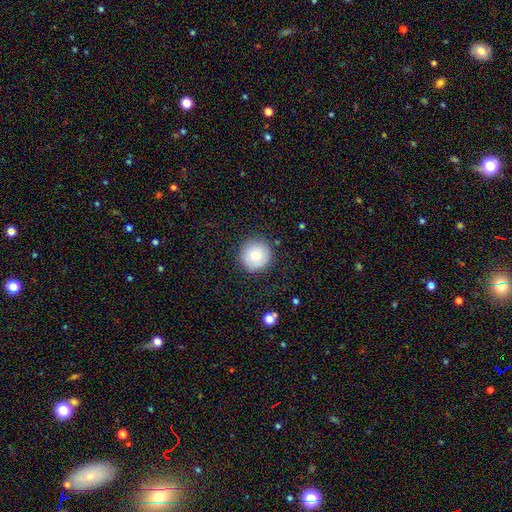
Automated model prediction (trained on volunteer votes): smooth-or-featured: smooth: 76% | featured or disk: 15% | star or artifact: 9%
  how-rounded: round: 96% | in between: 3% | cigar-shaped: 1%
  merging: none: 86% | minor disturbance: 10% | major disturbance: 3% | merger: 1%